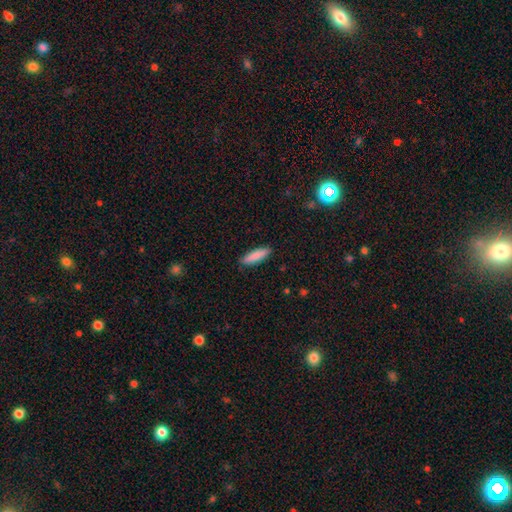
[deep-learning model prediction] smooth 88%, featured or disk 7%, star or artifact 6%. Down the decision tree: how rounded — cigar-shaped (62%); merging — none (88%).